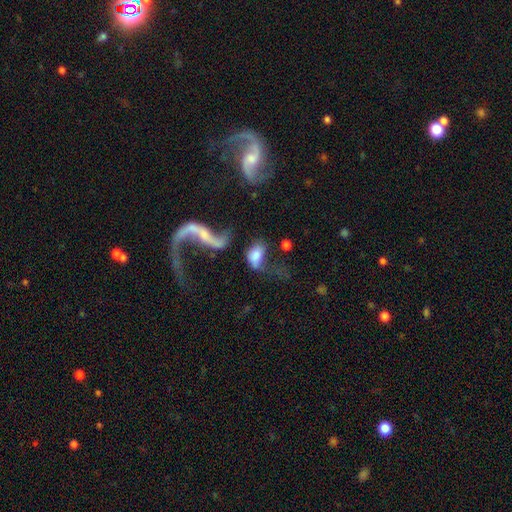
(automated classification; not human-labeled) A smooth galaxy with no disk features (62%) that is in between round and cigar-shaped (86%). Merging: major disturbance (31%).